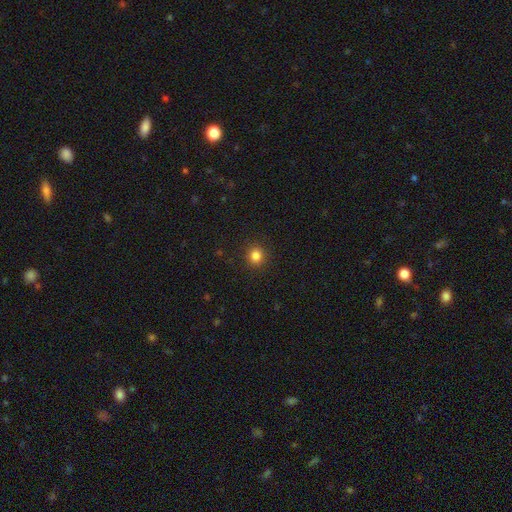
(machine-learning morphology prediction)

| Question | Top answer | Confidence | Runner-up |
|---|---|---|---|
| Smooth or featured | smooth | 83% | star or artifact (12%) |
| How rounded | round | 90% | in between (9%) |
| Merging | none | 92% | minor disturbance (5%) |